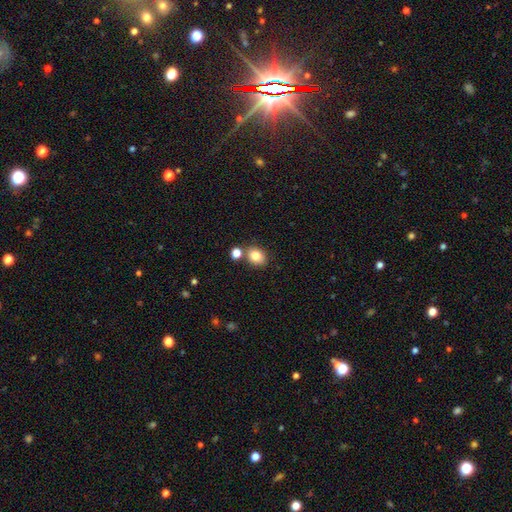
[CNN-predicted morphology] A smooth galaxy with no disk features (82%) that is round (50%). Merging: none (73%).